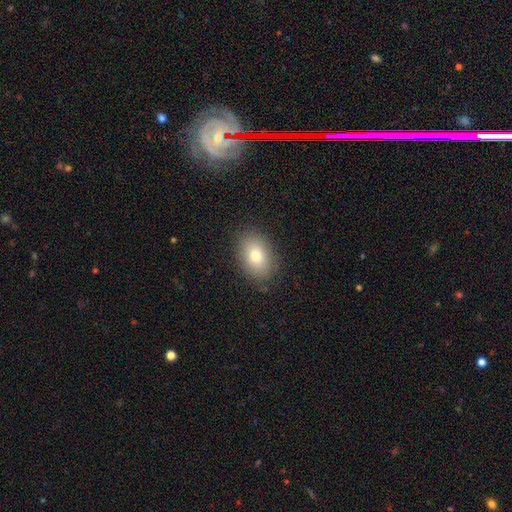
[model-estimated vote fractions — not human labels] Overall: smooth (80%). How rounded: in between (79%). Merging: none (86%).